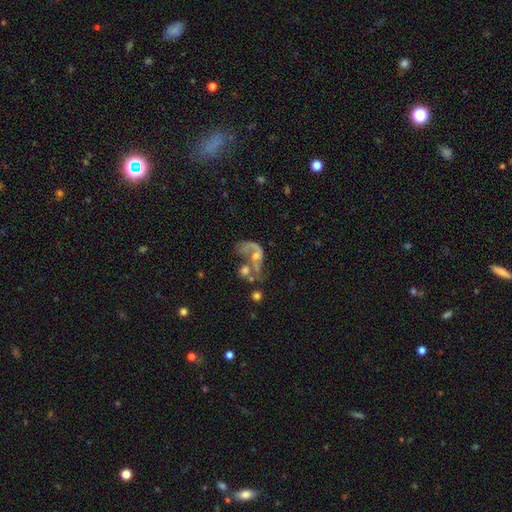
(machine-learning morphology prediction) Smooth or featured? featured or disk (67%)
Edge-on disk? no (97%)
Bar? no (67%)
Spiral arms? yes (71%)
Bulge size? moderate (40%)
Merging? merger (43%)